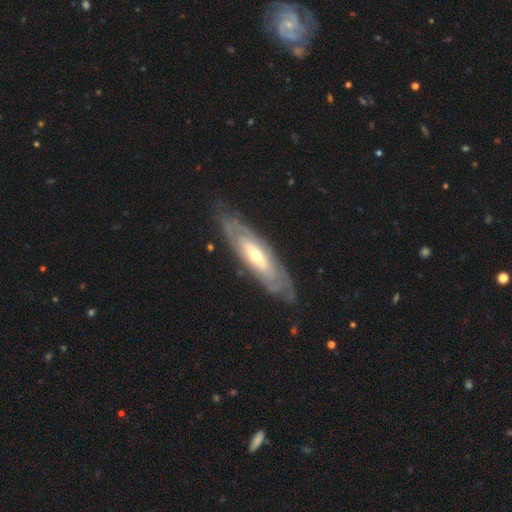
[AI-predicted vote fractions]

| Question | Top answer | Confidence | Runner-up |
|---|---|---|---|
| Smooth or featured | featured or disk | 77% | smooth (18%) |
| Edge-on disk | no | 74% | yes (26%) |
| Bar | no | 64% | weak (25%) |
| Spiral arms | yes | 69% | no (31%) |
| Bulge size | moderate | 52% | small (42%) |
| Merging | none | 78% | minor disturbance (15%) |